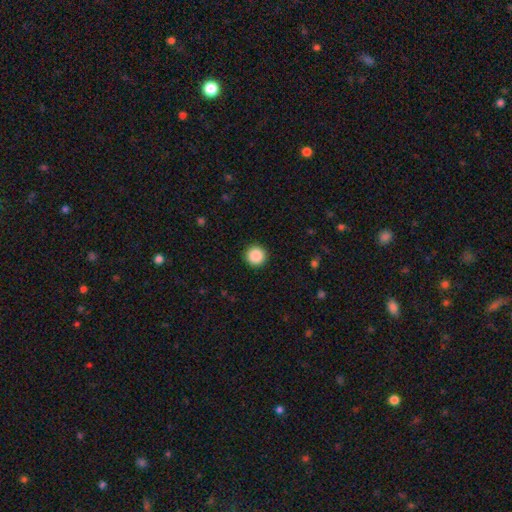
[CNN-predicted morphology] A smooth galaxy with no disk features (88%) that is round (96%).

Vote fractions:
- Smooth or featured? smooth: 88% / star or artifact: 9% / featured or disk: 3%
- How rounded? round: 96% / in between: 3% / cigar-shaped: 1%
- Merging? none: 93% / minor disturbance: 4% / major disturbance: 2% / merger: 1%